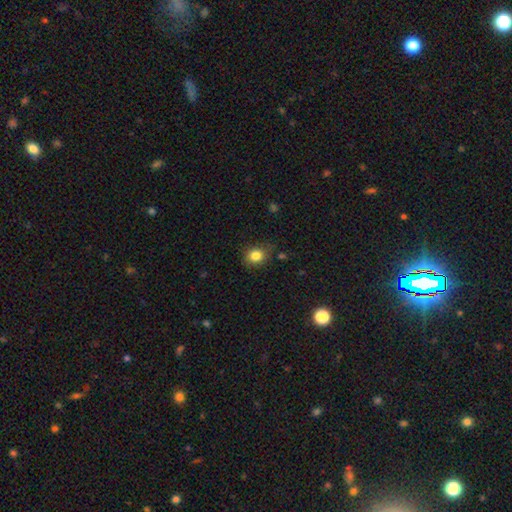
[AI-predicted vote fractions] Morphology: type=smooth (83%); roundness=round (63%); merging=none (74%).